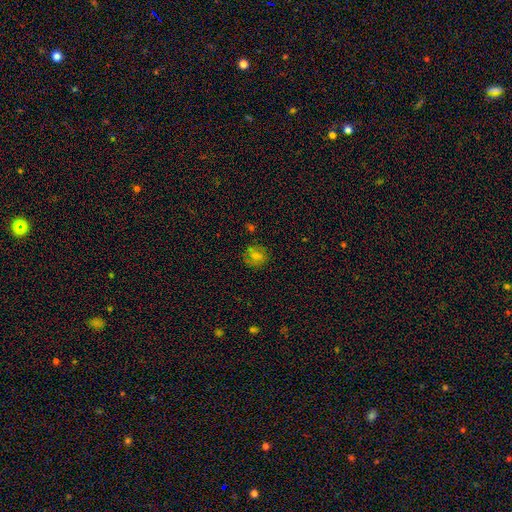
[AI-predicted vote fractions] Smooth or featured? Predicted: smooth (p=0.57). How rounded? Predicted: round (p=0.84). Merging? Predicted: none (p=0.81).